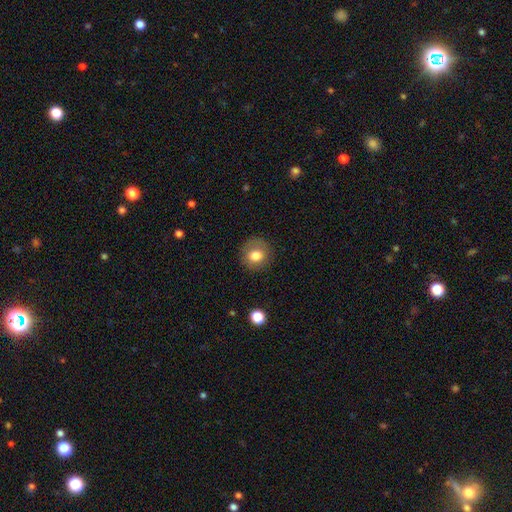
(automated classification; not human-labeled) smooth-or-featured: smooth: 78% | featured or disk: 12% | star or artifact: 9%
  how-rounded: round: 86% | in between: 13% | cigar-shaped: 1%
  merging: none: 85% | minor disturbance: 10% | major disturbance: 4% | merger: 1%